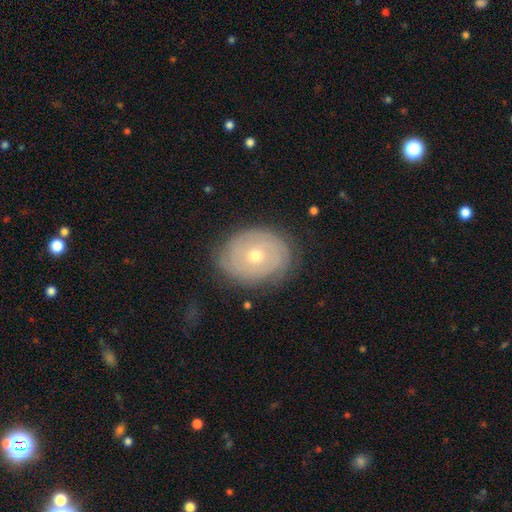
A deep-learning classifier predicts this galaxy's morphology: featured or disk 67%, smooth 25%, star or artifact 7%. Down the decision tree: edge-on disk — no (96%); bar — no (85%); spiral arms — yes (74%); bulge size — small (51%); merging — none (78%).